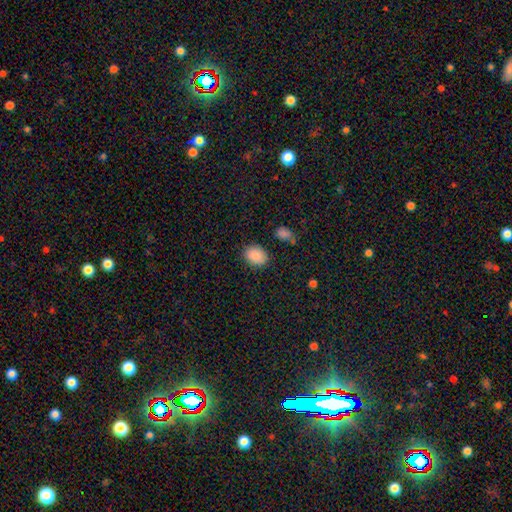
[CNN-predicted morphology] type=smooth (88%); roundness=in between (59%); merging=none (85%).